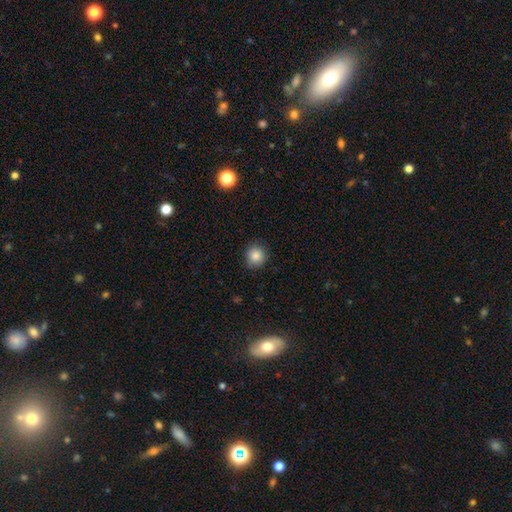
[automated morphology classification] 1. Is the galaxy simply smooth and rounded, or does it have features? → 85% smooth, 10% star or artifact, 5% featured or disk.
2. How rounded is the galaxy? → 88% round, 11% in between, 1% cigar-shaped.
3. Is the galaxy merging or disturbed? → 84% none, 12% minor disturbance, 2% major disturbance, 1% merger.